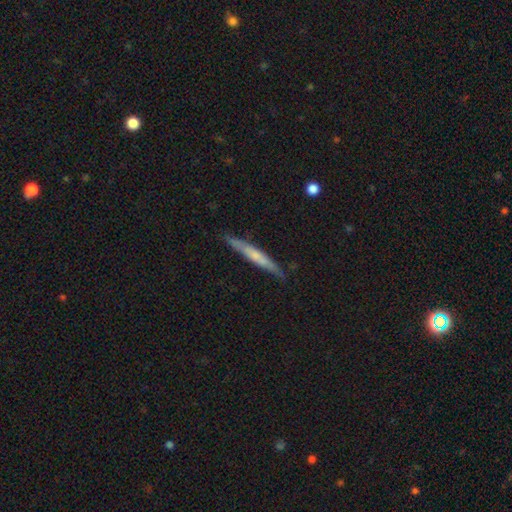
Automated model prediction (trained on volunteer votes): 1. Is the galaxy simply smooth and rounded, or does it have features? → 48% smooth, 46% featured or disk, 5% star or artifact.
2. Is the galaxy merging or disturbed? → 85% none, 12% minor disturbance, 2% major disturbance, 1% merger.